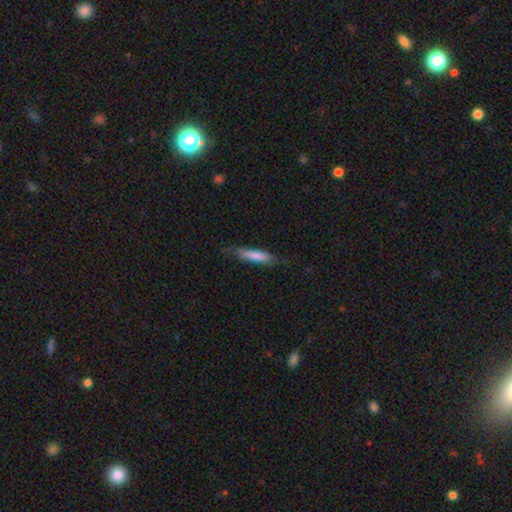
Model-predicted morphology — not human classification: A smooth galaxy with no disk features (75%) that is cigar-shaped (80%).

Vote fractions:
- Smooth or featured? smooth: 75% / featured or disk: 20% / star or artifact: 6%
- How rounded? cigar-shaped: 80% / in between: 18% / round: 1%
- Merging? none: 74% / minor disturbance: 20% / major disturbance: 5% / merger: 1%